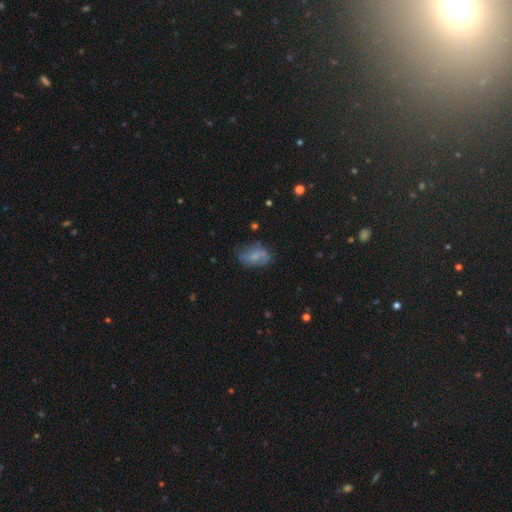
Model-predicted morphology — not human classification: A smooth galaxy with no disk features (60%) that is in between round and cigar-shaped (88%). Merging: none (53%).